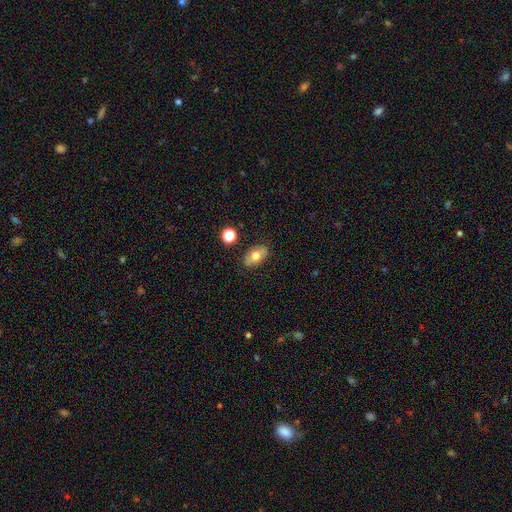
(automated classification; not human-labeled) smooth-or-featured: smooth: 65% | featured or disk: 26% | star or artifact: 9%
  how-rounded: in between: 87% | round: 11% | cigar-shaped: 2%
  merging: none: 83% | minor disturbance: 12% | major disturbance: 3% | merger: 2%